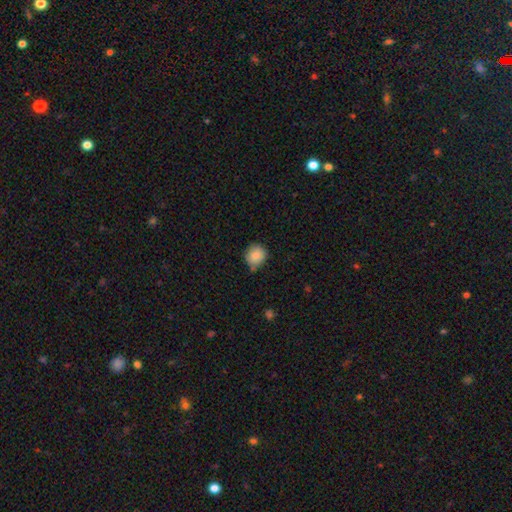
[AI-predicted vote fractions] smooth-or-featured: smooth: 87% | star or artifact: 9% | featured or disk: 5%
  how-rounded: round: 83% | in between: 16% | cigar-shaped: 1%
  merging: none: 68% | minor disturbance: 24% | major disturbance: 4% | merger: 3%